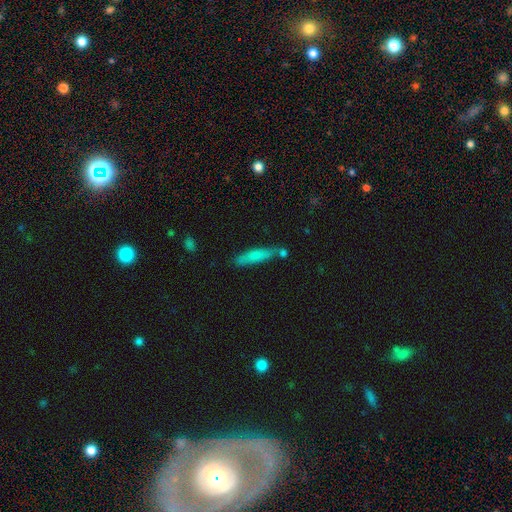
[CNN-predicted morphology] type=smooth (72%); roundness=cigar-shaped (83%); merging=none (67%).